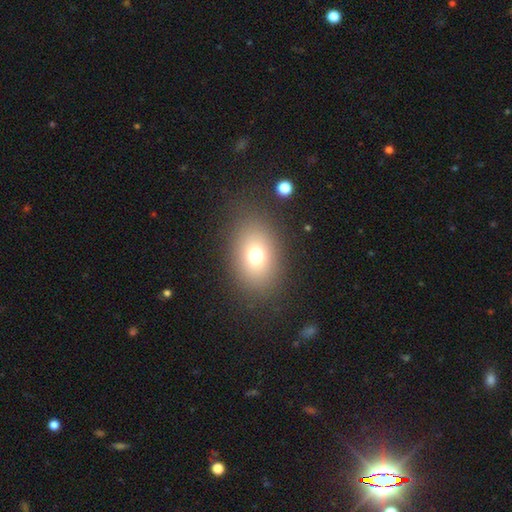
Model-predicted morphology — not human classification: Smooth or featured? Predicted: smooth (p=0.72). How rounded? Predicted: in between (p=0.70). Merging? Predicted: none (p=0.83).